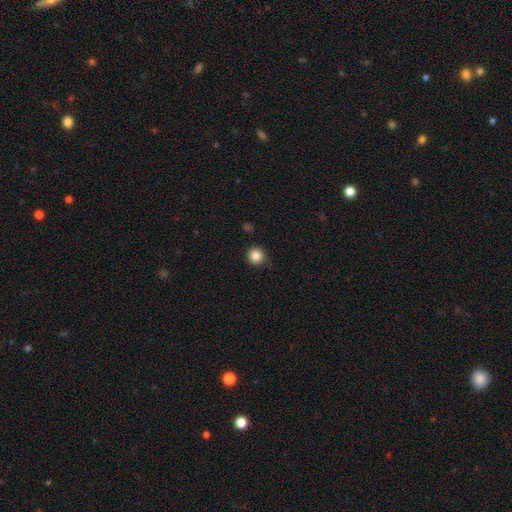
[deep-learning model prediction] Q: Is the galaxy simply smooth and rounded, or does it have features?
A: smooth — 85%.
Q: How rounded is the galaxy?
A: round — 94%.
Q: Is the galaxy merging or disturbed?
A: none — 86%.